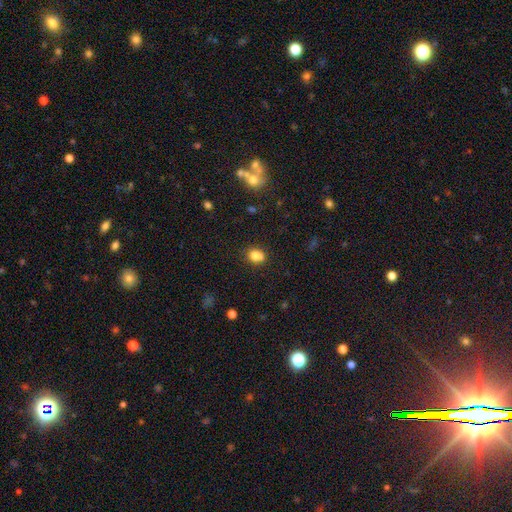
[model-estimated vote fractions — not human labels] A smooth galaxy with no disk features (82%) that is in between round and cigar-shaped (52%). Merging: none (72%).